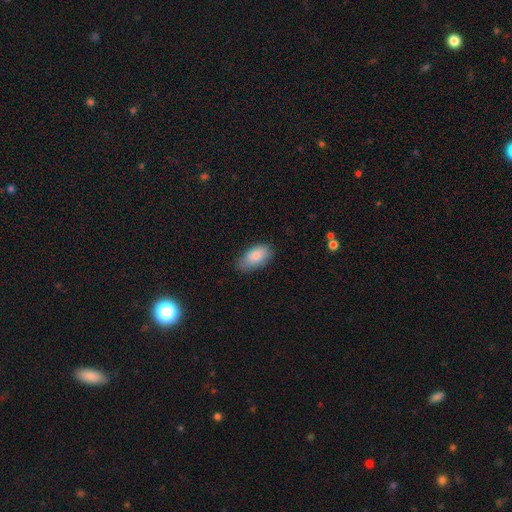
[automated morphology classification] smooth 85%, featured or disk 9%, star or artifact 6%. Down the decision tree: how rounded — in between (94%); merging — none (71%).